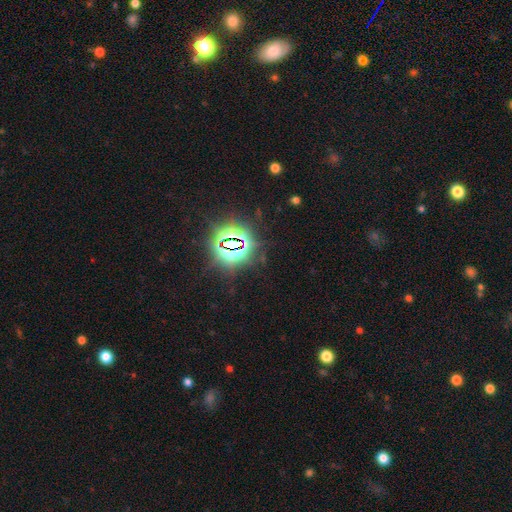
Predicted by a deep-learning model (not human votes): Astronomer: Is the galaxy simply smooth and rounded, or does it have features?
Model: star or artifact — 80%.